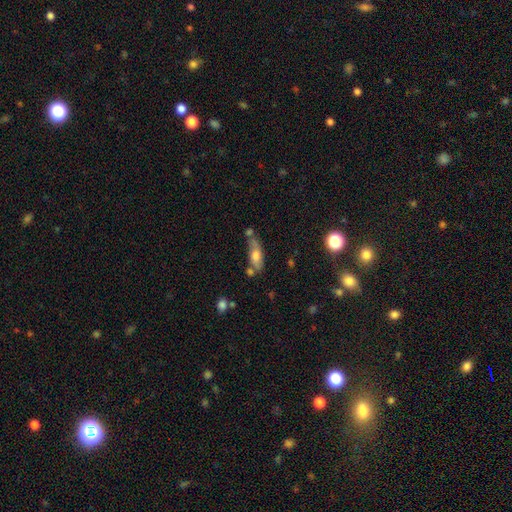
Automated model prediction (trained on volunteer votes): smooth 60%, featured or disk 31%, star or artifact 9%. Down the decision tree: how rounded — in between (70%); merging — none (48%).